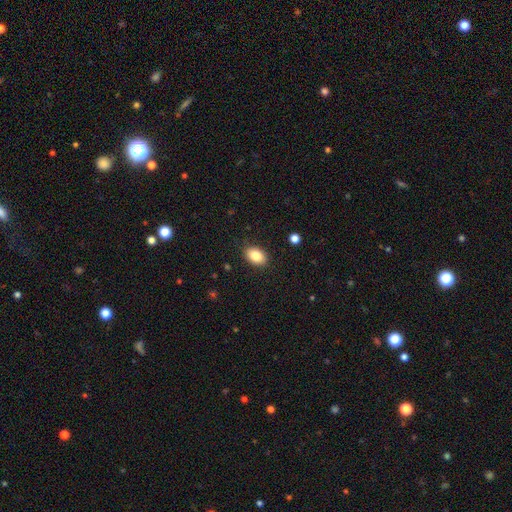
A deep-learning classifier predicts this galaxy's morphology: Smooth or featured: smooth — 85% (star or artifact — 8%)
How rounded: in between — 85% (round — 14%)
Merging: none — 88% (minor disturbance — 9%)